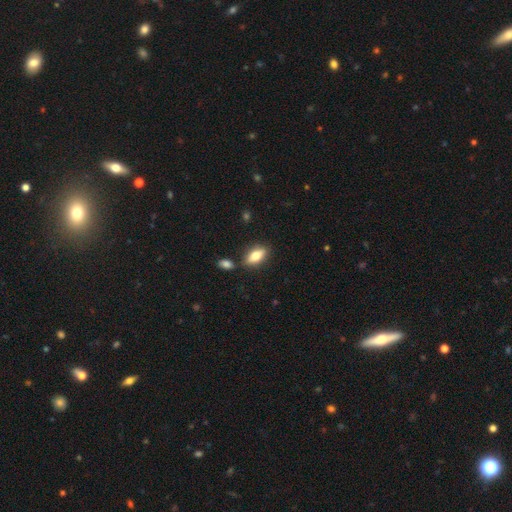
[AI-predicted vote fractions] smooth 73%, featured or disk 20%, star or artifact 7%. Down the decision tree: how rounded — in between (84%); merging — none (81%).